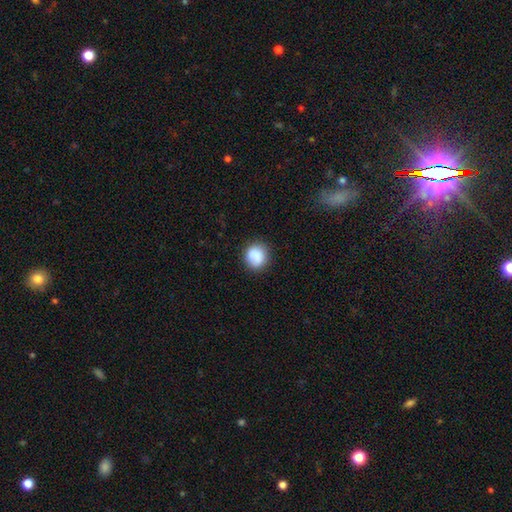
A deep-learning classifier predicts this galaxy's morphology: smooth_or_featured: smooth (p=0.87) [alt: star or artifact p=0.08]
how_rounded: round (p=0.84) [alt: in between p=0.15]
merging: none (p=0.81) [alt: minor disturbance p=0.13]